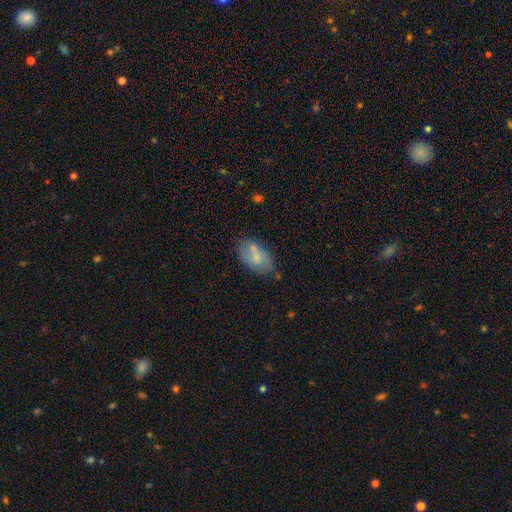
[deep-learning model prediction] Smooth or featured?
  - smooth: 65% *
  - featured or disk: 27%
  - star or artifact: 8%
How rounded?
  - in between: 92% *
  - round: 6%
  - cigar-shaped: 3%
Merging?
  - none: 60% *
  - minor disturbance: 20%
  - merger: 14%
  - major disturbance: 5%